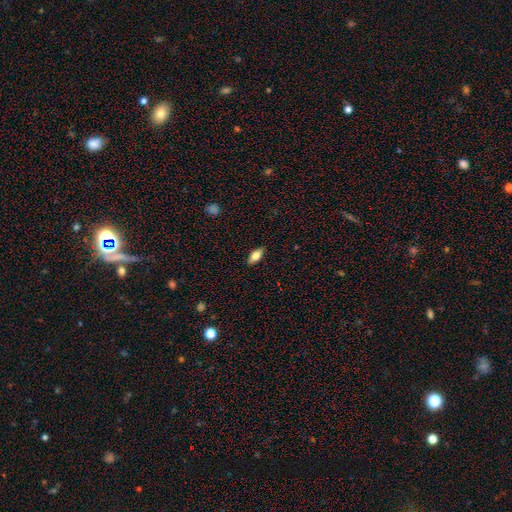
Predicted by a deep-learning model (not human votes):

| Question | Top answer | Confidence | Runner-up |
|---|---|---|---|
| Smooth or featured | smooth | 73% | featured or disk (20%) |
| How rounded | in between | 86% | cigar-shaped (10%) |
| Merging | none | 88% | minor disturbance (9%) |